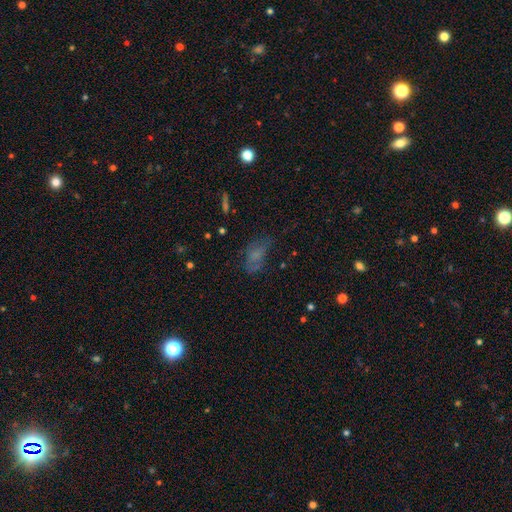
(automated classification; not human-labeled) Smooth or featured?
  - smooth: 52% *
  - featured or disk: 27%
  - star or artifact: 21%
How rounded?
  - in between: 84% *
  - round: 9%
  - cigar-shaped: 7%
Merging?
  - none: 45% *
  - minor disturbance: 26%
  - major disturbance: 25%
  - merger: 4%